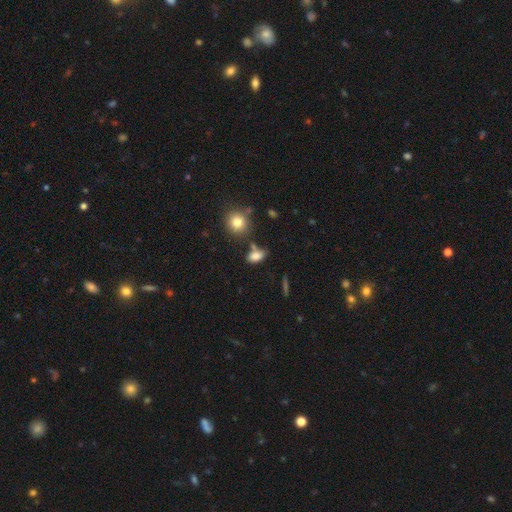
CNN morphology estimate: Smooth or featured?
  - smooth: 81% *
  - star or artifact: 11%
  - featured or disk: 8%
How rounded?
  - in between: 83% *
  - round: 12%
  - cigar-shaped: 5%
Merging?
  - none: 56% *
  - minor disturbance: 21%
  - merger: 15%
  - major disturbance: 8%